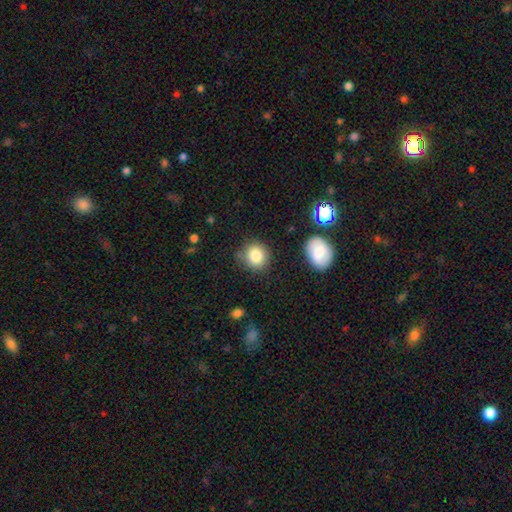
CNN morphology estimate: smooth 83%, star or artifact 10%, featured or disk 7%. Down the decision tree: how rounded — round (83%); merging — none (80%).